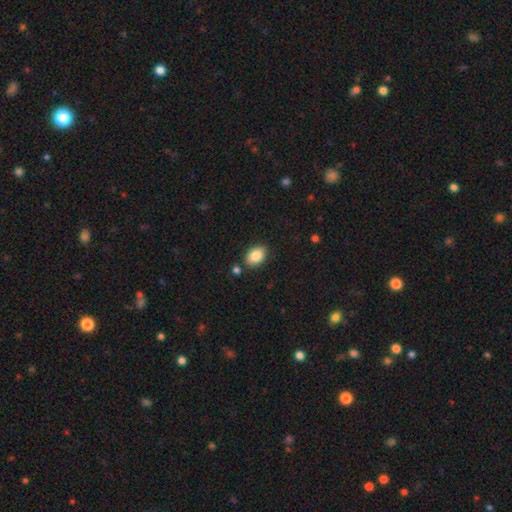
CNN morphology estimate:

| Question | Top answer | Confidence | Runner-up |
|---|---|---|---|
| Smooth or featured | smooth | 86% | star or artifact (8%) |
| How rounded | in between | 83% | round (16%) |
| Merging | none | 82% | minor disturbance (10%) |